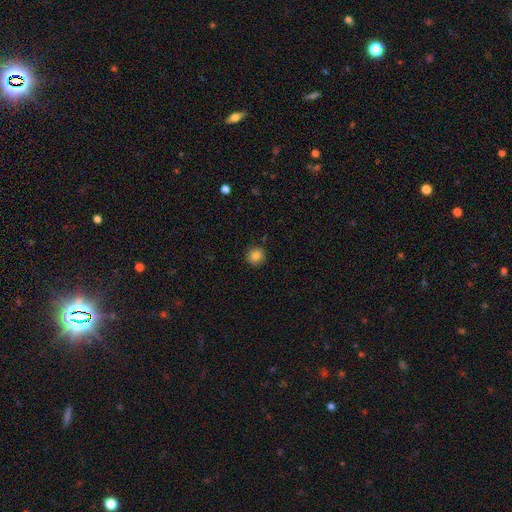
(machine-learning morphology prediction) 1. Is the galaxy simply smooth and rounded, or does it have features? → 84% smooth, 10% star or artifact, 6% featured or disk.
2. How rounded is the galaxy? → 91% round, 8% in between, 1% cigar-shaped.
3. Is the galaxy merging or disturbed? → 88% none, 9% minor disturbance, 2% major disturbance, 1% merger.